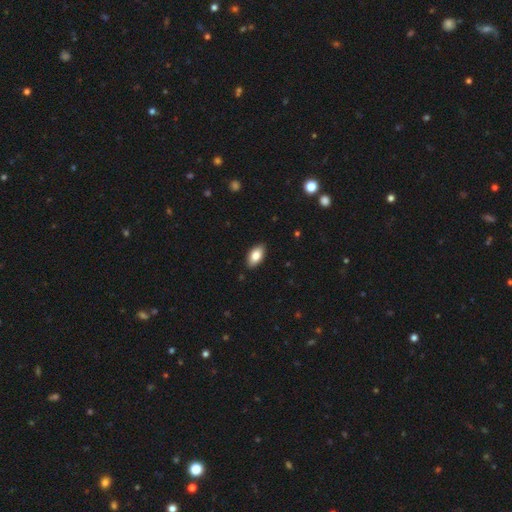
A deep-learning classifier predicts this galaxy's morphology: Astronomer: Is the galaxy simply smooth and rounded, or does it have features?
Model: smooth — 83%.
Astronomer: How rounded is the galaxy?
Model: in between — 93%.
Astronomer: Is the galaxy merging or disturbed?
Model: none — 89%.